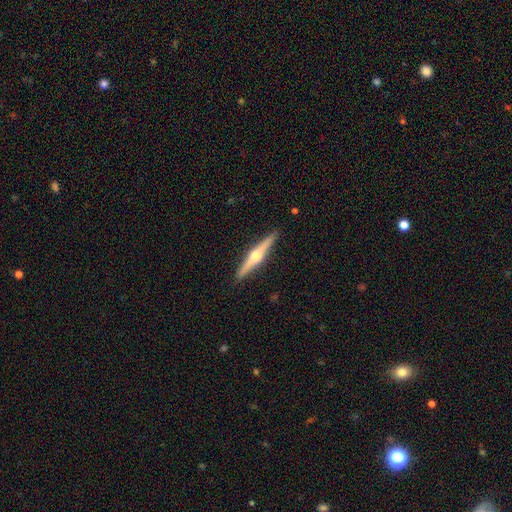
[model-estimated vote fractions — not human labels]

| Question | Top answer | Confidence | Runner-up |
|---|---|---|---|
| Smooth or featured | featured or disk | 77% | smooth (18%) |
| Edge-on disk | yes | 98% | no (2%) |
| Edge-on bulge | rounded | 95% | boxy (2%) |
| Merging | none | 92% | minor disturbance (6%) |